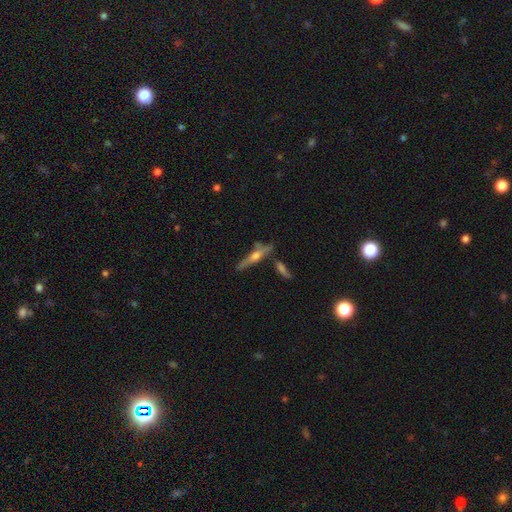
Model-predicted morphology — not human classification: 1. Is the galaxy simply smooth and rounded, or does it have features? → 62% featured or disk, 30% smooth, 8% star or artifact.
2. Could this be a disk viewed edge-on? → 93% yes, 7% no.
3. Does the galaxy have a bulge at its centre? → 86% rounded, 8% boxy, 6% none.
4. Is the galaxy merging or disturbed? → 66% none, 16% minor disturbance, 12% merger, 6% major disturbance.